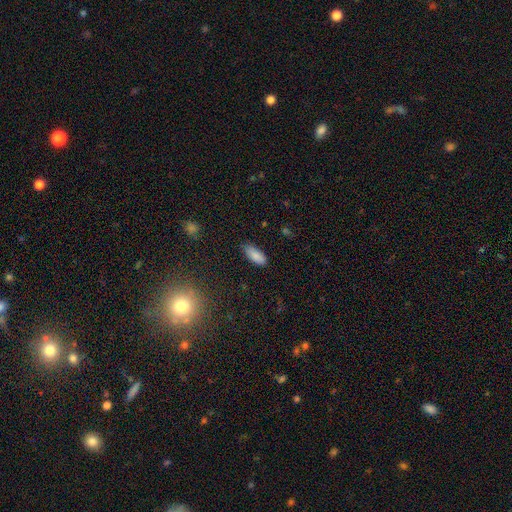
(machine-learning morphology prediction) Smooth or featured? smooth (86%)
How rounded? in between (84%)
Merging? none (78%)